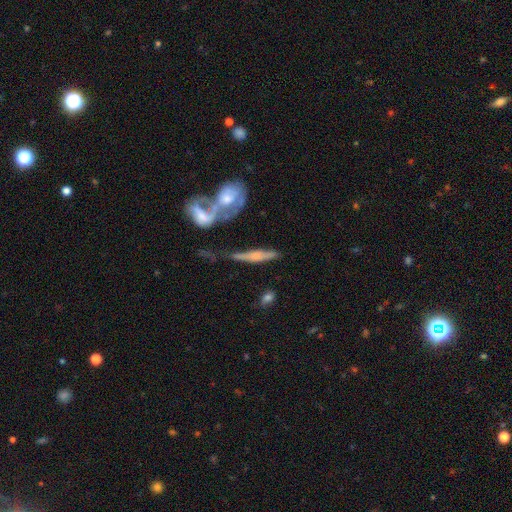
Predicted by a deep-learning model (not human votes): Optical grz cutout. It shows a featured or disk galaxy (60%) viewed edge-on (78%). Merging: none (41%).